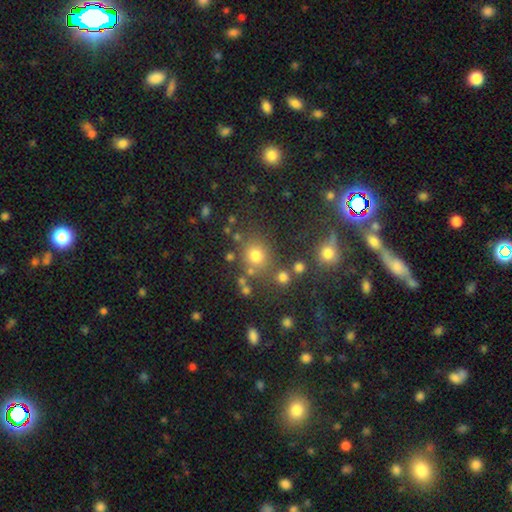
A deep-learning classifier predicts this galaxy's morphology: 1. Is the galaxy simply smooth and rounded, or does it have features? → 73% smooth, 20% star or artifact, 7% featured or disk.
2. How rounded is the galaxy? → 86% round, 13% in between, 1% cigar-shaped.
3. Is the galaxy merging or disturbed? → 72% none, 11% merger, 11% minor disturbance, 6% major disturbance.